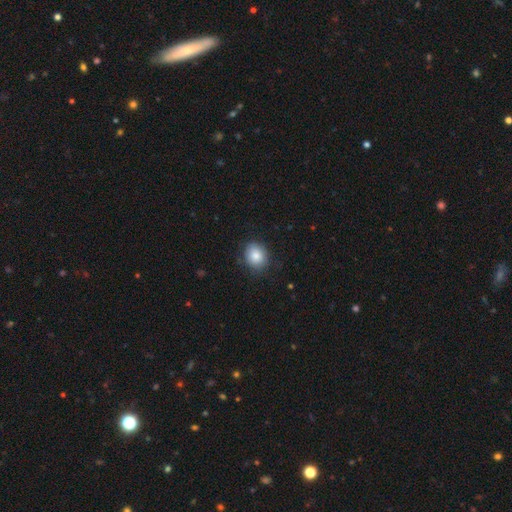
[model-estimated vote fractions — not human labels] smooth 84%, star or artifact 9%, featured or disk 7%. Down the decision tree: how rounded — round (72%); merging — none (83%).